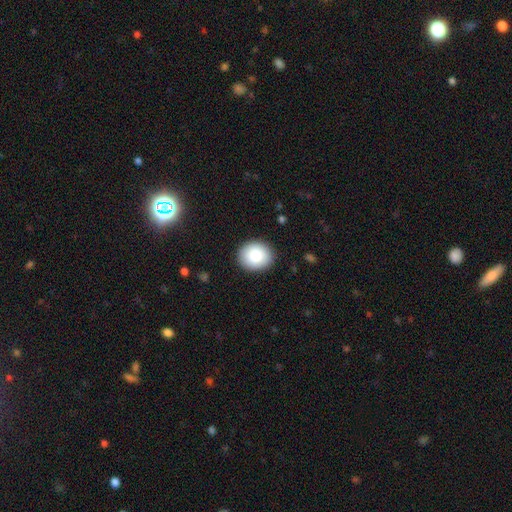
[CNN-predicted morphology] Smooth or featured: smooth — 84% (featured or disk — 9%)
How rounded: round — 64% (in between — 35%)
Merging: none — 90% (minor disturbance — 7%)